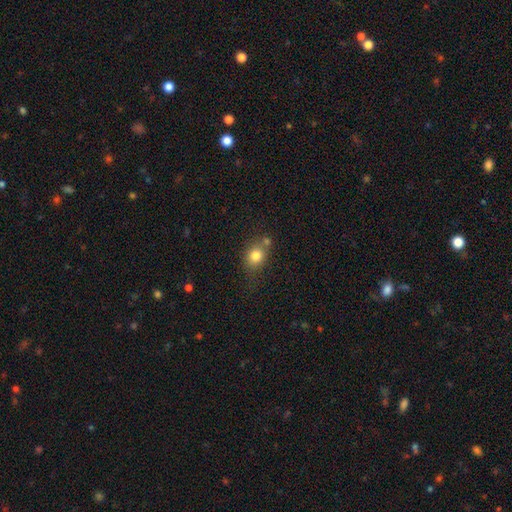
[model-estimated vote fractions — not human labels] This is likely a smooth galaxy (79%). How rounded: possibly round (60%). Merging: possibly none (56%).